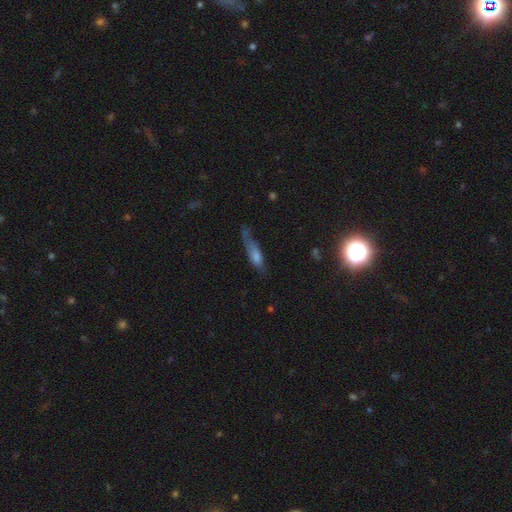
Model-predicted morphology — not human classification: type=smooth (53%); roundness=cigar-shaped (64%); merging=none (46%).